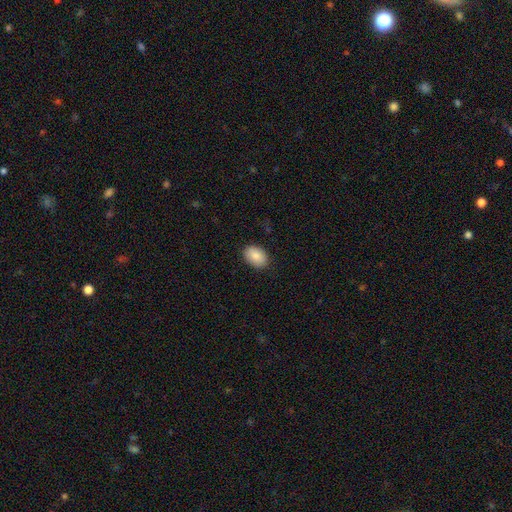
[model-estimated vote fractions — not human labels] The model was most divided on "how rounded": in between: 85%, round: 14%, cigar-shaped: 1%. More confident: merging — none (88%); smooth or featured — smooth (87%).